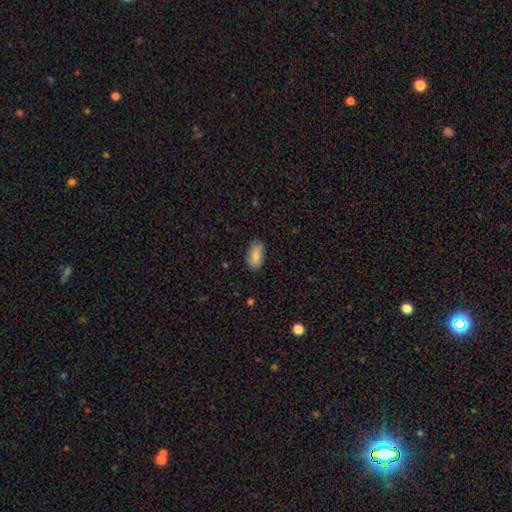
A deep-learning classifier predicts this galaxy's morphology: Smooth or featured: smooth — 80% (featured or disk — 13%)
How rounded: in between — 90% (cigar-shaped — 7%)
Merging: none — 81% (minor disturbance — 15%)